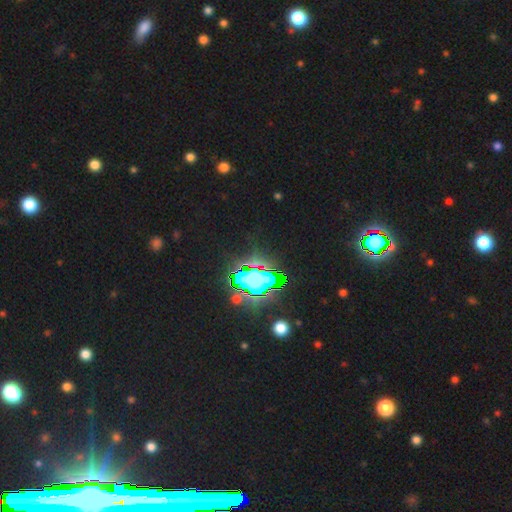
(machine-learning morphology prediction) Overall: star or artifact (71%).